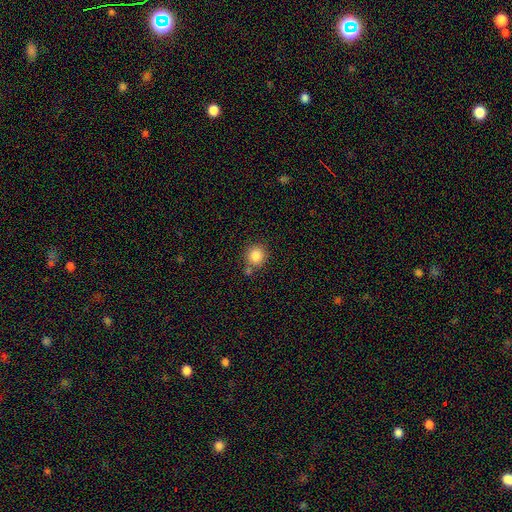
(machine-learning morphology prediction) The model was most divided on "merging": none: 72%, merger: 14%, minor disturbance: 11%, major disturbance: 3%. More confident: how rounded — round (89%); smooth or featured — smooth (85%).